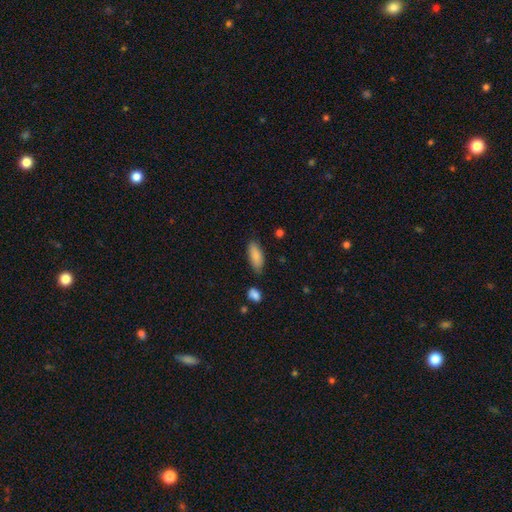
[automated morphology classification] smooth_or_featured: smooth (p=0.86) [alt: featured or disk p=0.08]
how_rounded: in between (p=0.80) [alt: cigar-shaped p=0.18]
merging: none (p=0.77) [alt: minor disturbance p=0.17]